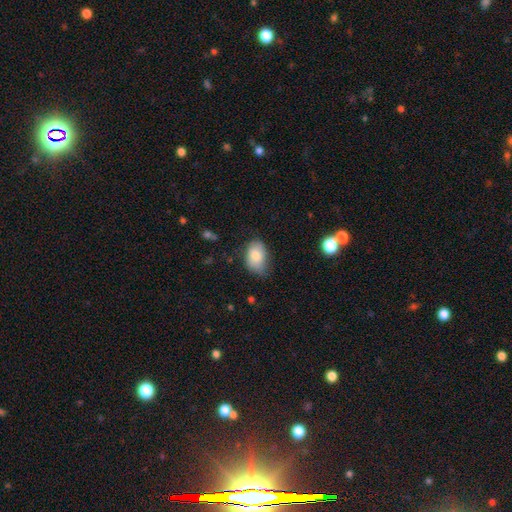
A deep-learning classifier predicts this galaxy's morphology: smooth_or_featured: smooth (p=0.80) [alt: featured or disk p=0.13]
how_rounded: in between (p=0.88) [alt: round p=0.11]
merging: none (p=0.61) [alt: minor disturbance p=0.31]